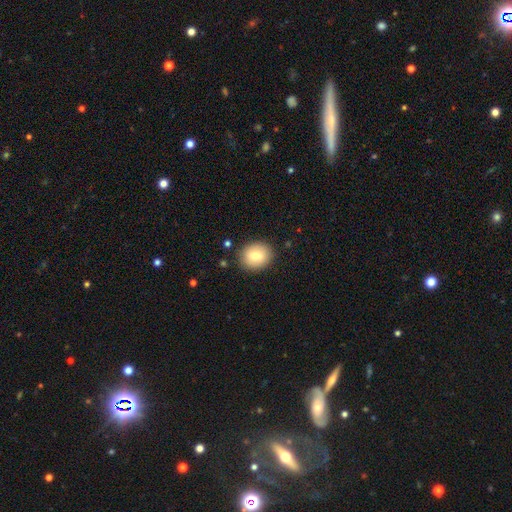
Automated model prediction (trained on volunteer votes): smooth 78%, featured or disk 13%, star or artifact 9%. Down the decision tree: how rounded — round (68%); merging — none (87%).